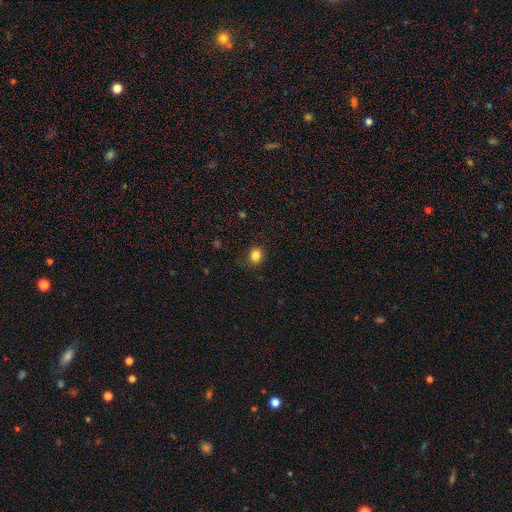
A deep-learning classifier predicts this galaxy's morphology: smooth-or-featured: smooth: 84% | star or artifact: 12% | featured or disk: 4%
  how-rounded: round: 75% | in between: 24% | cigar-shaped: 1%
  merging: none: 84% | minor disturbance: 12% | major disturbance: 3% | merger: 1%